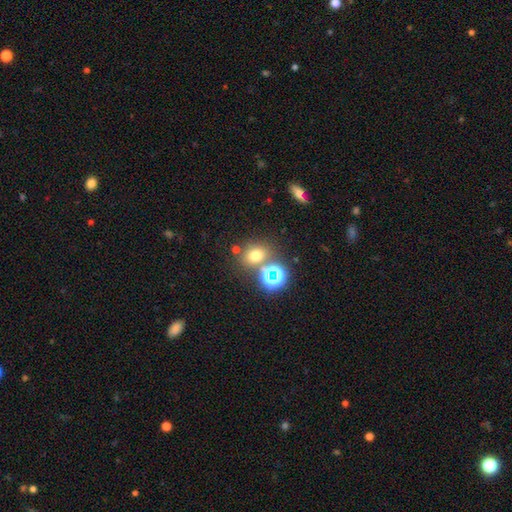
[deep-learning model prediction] This is likely a smooth galaxy (64%). How rounded: likely round (61%). Merging: likely none (66%).